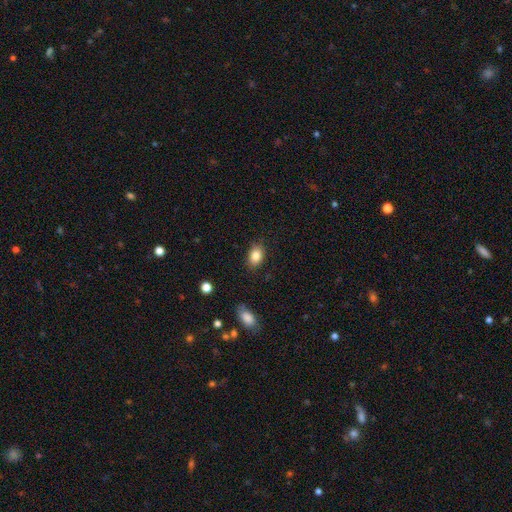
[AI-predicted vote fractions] Smooth or featured: smooth — 85% (star or artifact — 9%)
How rounded: in between — 81% (round — 18%)
Merging: none — 84% (minor disturbance — 12%)